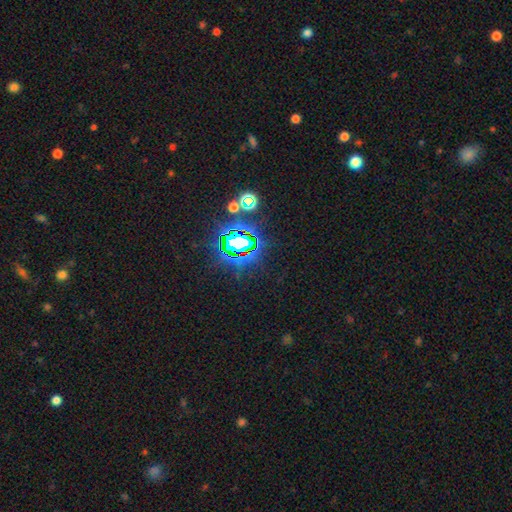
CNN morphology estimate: Q: Smooth or featured?
A: star or artifact (84%); runner-up: smooth (10%)